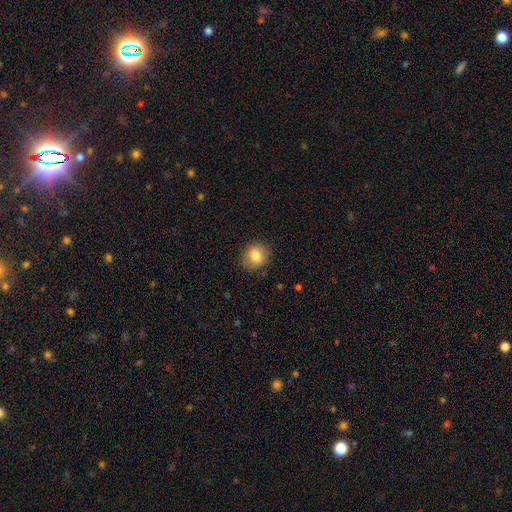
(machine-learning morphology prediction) smooth_or_featured: smooth (p=0.81) [alt: featured or disk p=0.10]
how_rounded: round (p=0.73) [alt: in between p=0.26]
merging: none (p=0.86) [alt: minor disturbance p=0.10]